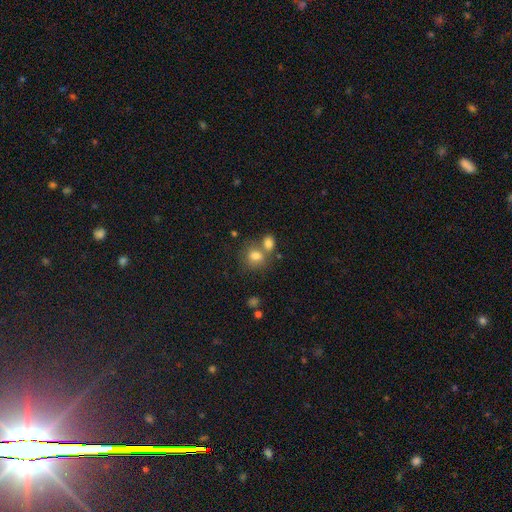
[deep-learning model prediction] This is likely a smooth galaxy (72%). How rounded: likely round (71%). Merging: possibly none (49%).